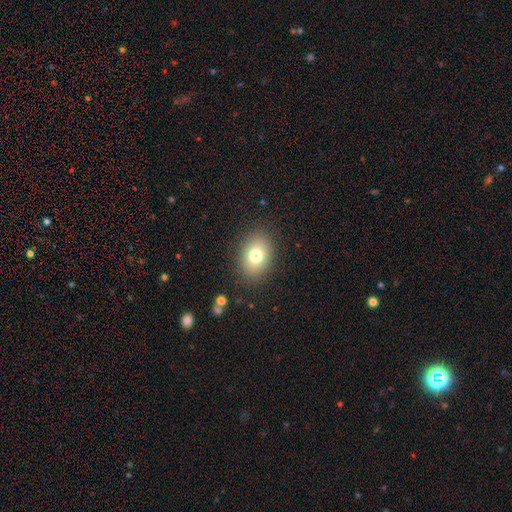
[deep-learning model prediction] smooth_or_featured: smooth (p=0.77) [alt: featured or disk p=0.13]
how_rounded: in between (p=0.72) [alt: round p=0.27]
merging: none (p=0.87) [alt: minor disturbance p=0.09]